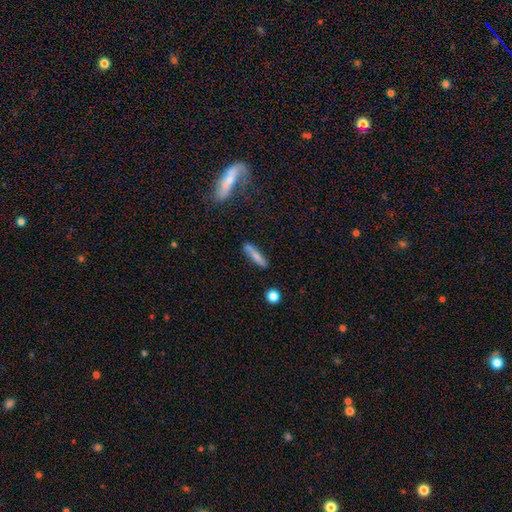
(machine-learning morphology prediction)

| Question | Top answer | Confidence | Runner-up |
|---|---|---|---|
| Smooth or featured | smooth | 74% | featured or disk (19%) |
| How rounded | cigar-shaped | 86% | in between (11%) |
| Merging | none | 82% | minor disturbance (12%) |